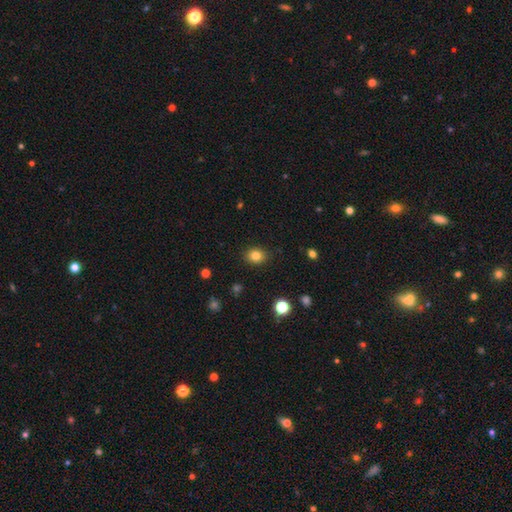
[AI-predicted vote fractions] This is clearly a smooth galaxy (82%). How rounded: possibly round (60%). Merging: clearly none (88%).